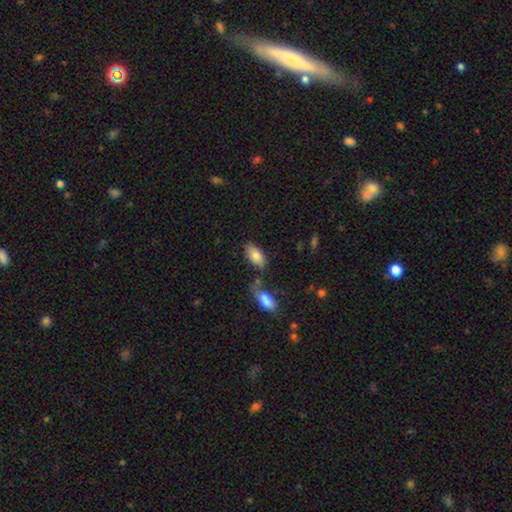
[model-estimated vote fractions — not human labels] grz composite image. It shows a smooth galaxy with no disk features (81%) that is in between round and cigar-shaped (90%). Merging: none (69%).